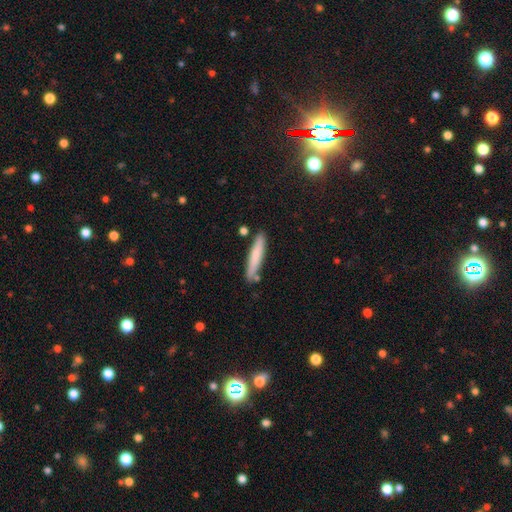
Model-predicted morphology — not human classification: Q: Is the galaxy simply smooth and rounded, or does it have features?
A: smooth — 75%.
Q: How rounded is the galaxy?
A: cigar-shaped — 92%.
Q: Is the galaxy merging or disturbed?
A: none — 83%.